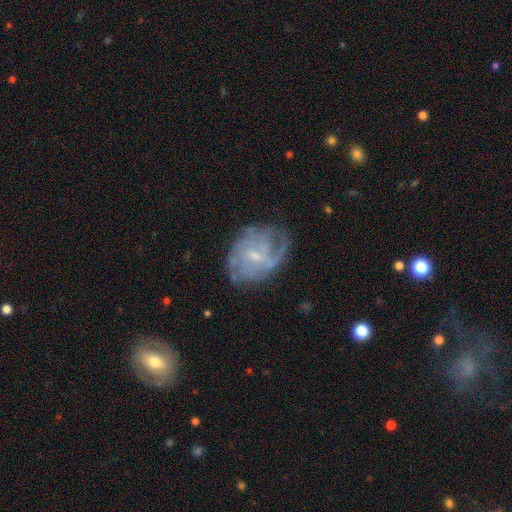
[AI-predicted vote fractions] Smooth or featured: featured or disk — 77% (smooth — 15%)
Edge-on disk: no — 97% (yes — 3%)
Bar: weak — 50% (no — 42%)
Spiral arms: yes — 86% (no — 14%)
Spiral winding: medium — 40% (tight — 39%)
Spiral arm count: can't tell — 45% (2 — 17%)
Bulge size: small — 67% (moderate — 24%)
Merging: none — 58% (minor disturbance — 24%)